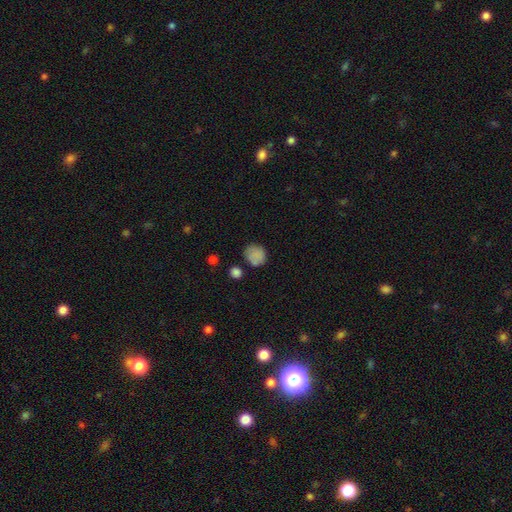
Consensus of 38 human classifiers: Smooth or featured? smooth (84%)
How rounded? round (72%)
Merging? none (49%)